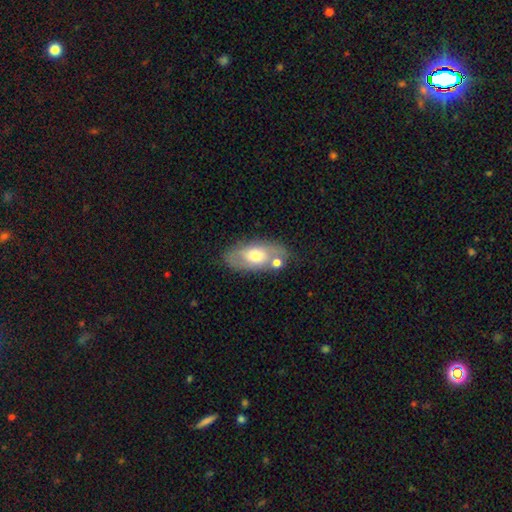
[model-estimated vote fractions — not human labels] smooth 57%, featured or disk 36%, star or artifact 7%. Down the decision tree: how rounded — in between (89%); merging — none (63%).